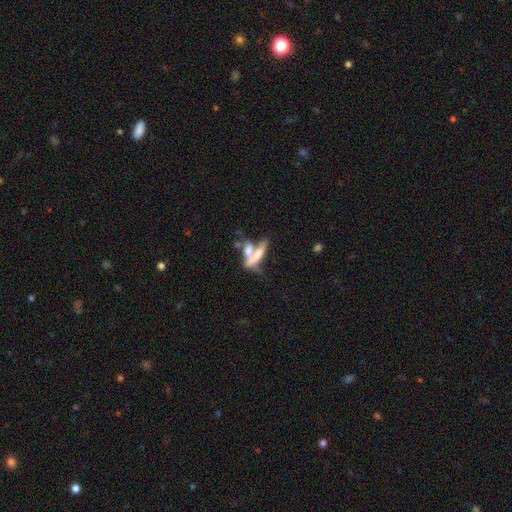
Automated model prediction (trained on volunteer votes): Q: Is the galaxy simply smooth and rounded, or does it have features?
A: smooth — 55%.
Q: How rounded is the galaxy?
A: cigar-shaped — 52%.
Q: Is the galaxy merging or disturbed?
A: merger — 63%.